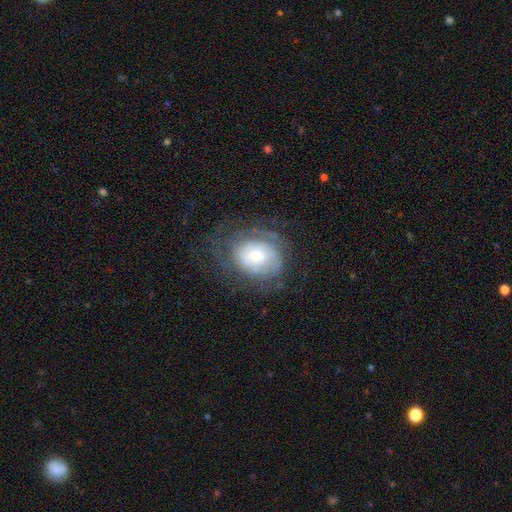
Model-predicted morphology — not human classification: Smooth or featured? Predicted: featured or disk (p=0.61). Edge-on disk? Predicted: no (p=0.97). Bar? Predicted: no (p=0.75). Spiral arms? Predicted: yes (p=0.79). Bulge size? Predicted: small (p=0.39, tied with moderate). Merging? Predicted: none (p=0.57).